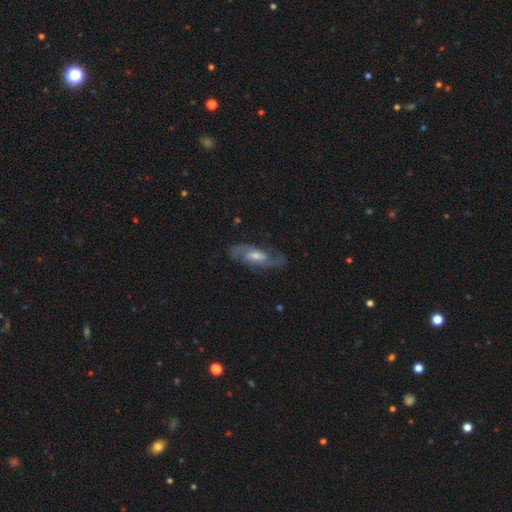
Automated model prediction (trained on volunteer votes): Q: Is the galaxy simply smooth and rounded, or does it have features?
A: featured or disk — 82%.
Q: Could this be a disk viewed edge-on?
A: no — 91%.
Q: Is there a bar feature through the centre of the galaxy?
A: weak — 47%.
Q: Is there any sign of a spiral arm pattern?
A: yes — 95%.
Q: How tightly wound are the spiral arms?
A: medium — 51%.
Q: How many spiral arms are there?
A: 2 — 86%.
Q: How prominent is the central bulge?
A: moderate — 53%.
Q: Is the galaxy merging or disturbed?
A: none — 79%.